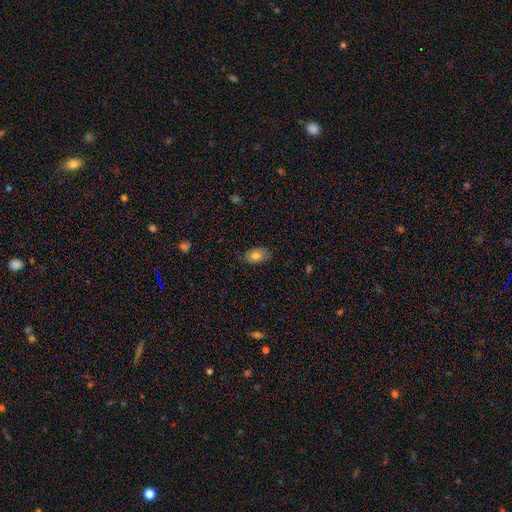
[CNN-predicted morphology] Q: Smooth or featured?
A: smooth (79%); runner-up: featured or disk (12%)
Q: How rounded?
A: in between (87%); runner-up: round (11%)
Q: Merging?
A: none (80%); runner-up: minor disturbance (16%)